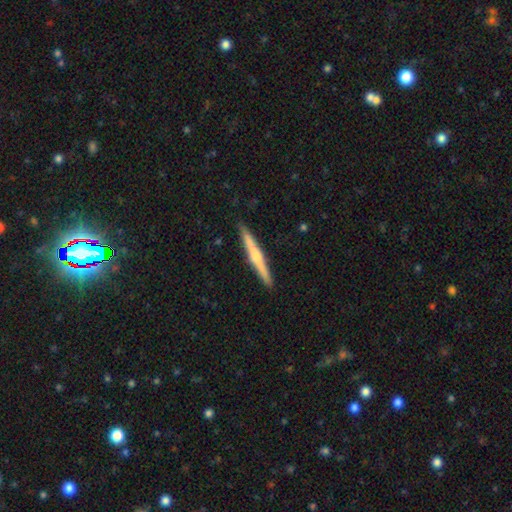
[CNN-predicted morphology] type=featured or disk (64%); edge-on=yes (98%); edge-on bulge=rounded (78%); merging=none (92%).